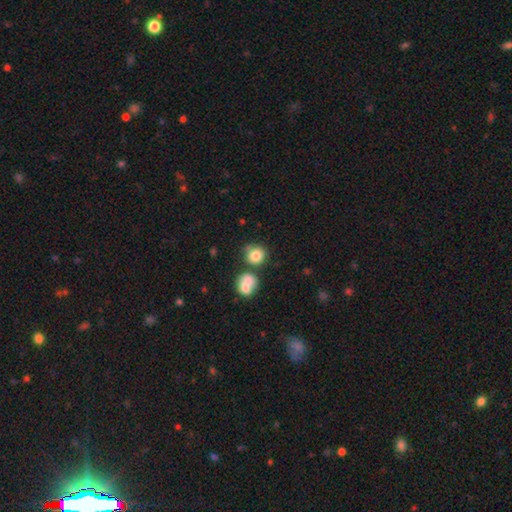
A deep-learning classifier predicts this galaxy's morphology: Q: Smooth or featured?
A: smooth (80%); runner-up: star or artifact (10%)
Q: How rounded?
A: round (82%); runner-up: in between (17%)
Q: Merging?
A: none (55%); runner-up: merger (29%)